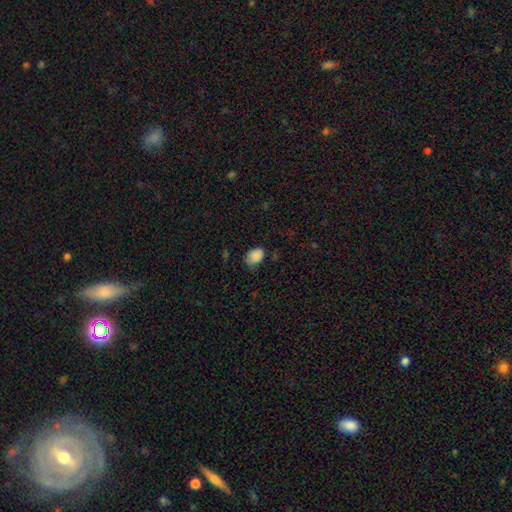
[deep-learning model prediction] Overall: smooth (87%). How rounded: in between (70%). Merging: none (56%; minor disturbance 34%).